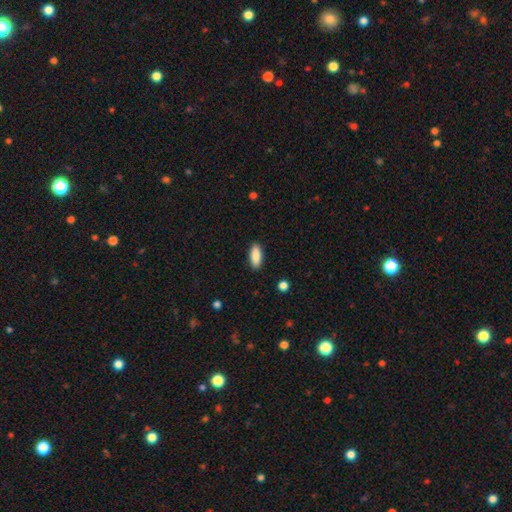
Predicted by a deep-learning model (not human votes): Smooth or featured? Predicted: smooth (p=0.90). How rounded? Predicted: in between (p=0.79). Merging? Predicted: none (p=0.89).